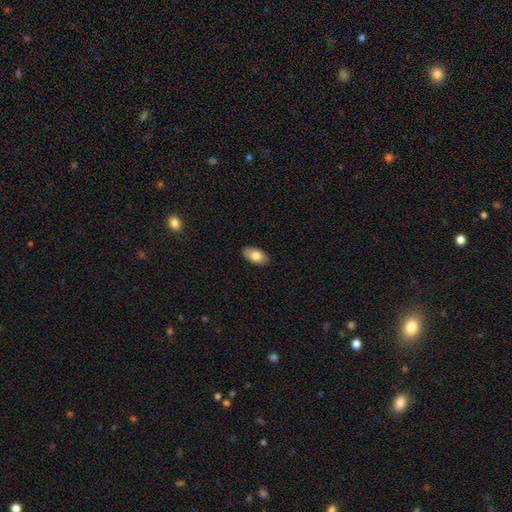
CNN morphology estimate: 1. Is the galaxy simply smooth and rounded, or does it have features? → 79% smooth, 14% featured or disk, 7% star or artifact.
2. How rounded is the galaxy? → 93% in between, 4% round, 3% cigar-shaped.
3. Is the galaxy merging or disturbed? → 87% none, 10% minor disturbance, 2% major disturbance, 1% merger.